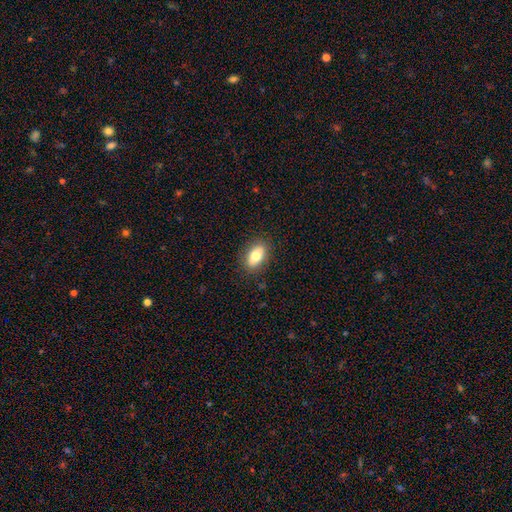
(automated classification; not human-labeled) A smooth galaxy with no disk features (77%) that is in between round and cigar-shaped (89%).

Vote fractions:
- Smooth or featured? smooth: 77% / featured or disk: 15% / star or artifact: 8%
- How rounded? in between: 89% / round: 7% / cigar-shaped: 4%
- Merging? none: 87% / minor disturbance: 10% / major disturbance: 3% / merger: 1%